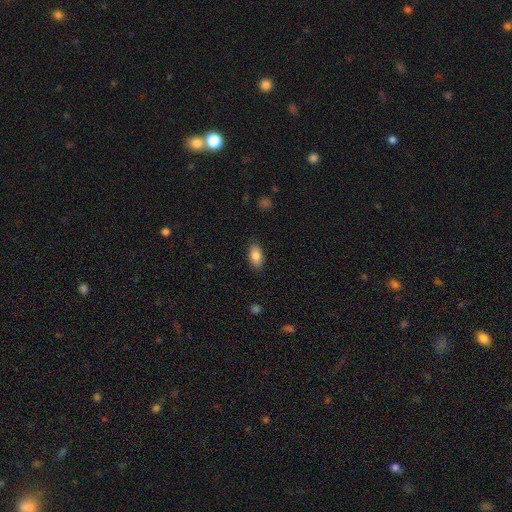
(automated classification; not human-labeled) This appears to be a smooth galaxy with no disk features (84%) that is in between round and cigar-shaped (92%). Merging: none (87%).